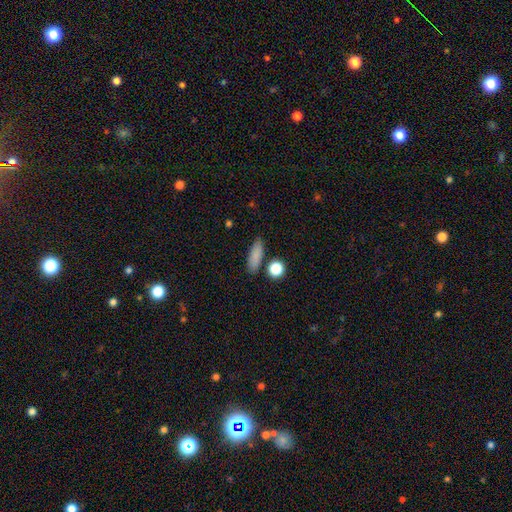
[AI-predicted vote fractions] Morphology: type=smooth (85%); roundness=in between (55%); merging=none (82%).